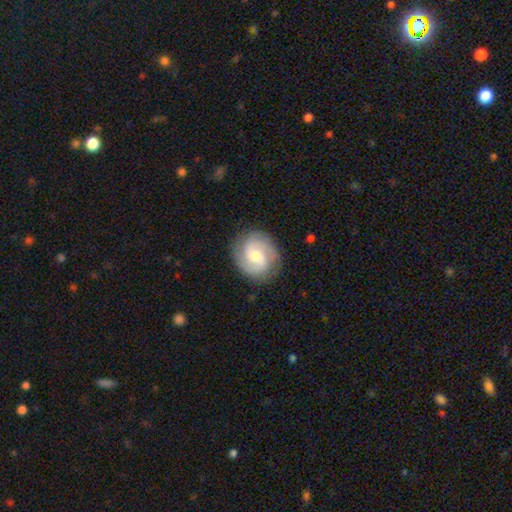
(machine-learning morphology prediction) Smooth or featured? featured or disk (77%)
Edge-on disk? no (98%)
Bar? no (49%)
Spiral arms? yes (95%)
Spiral winding? medium (47%)
Spiral arm count? 2 (65%)
Bulge size? moderate (61%)
Merging? none (84%)